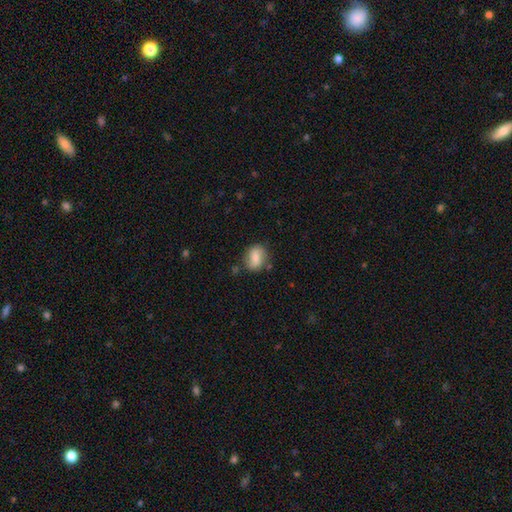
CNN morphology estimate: A smooth galaxy with no disk features (69%) that is in between round and cigar-shaped (60%). Merging: none (70%).